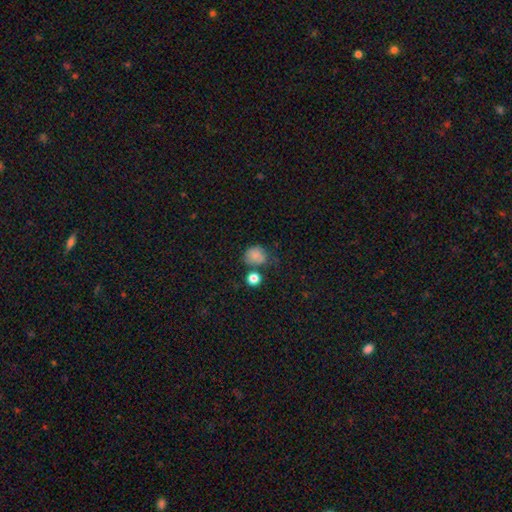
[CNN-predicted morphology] smooth 81%, star or artifact 11%, featured or disk 7%. Down the decision tree: how rounded — round (73%); merging — none (57%).